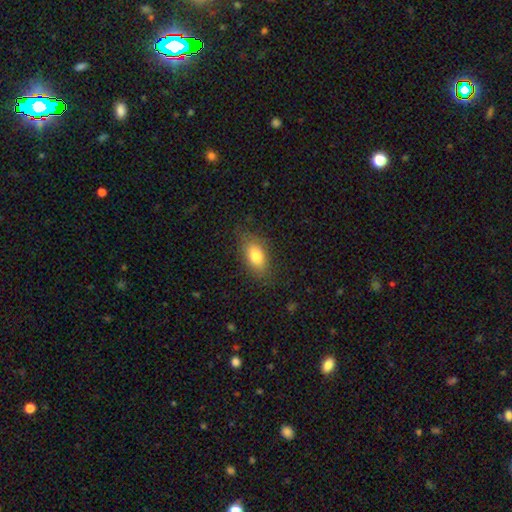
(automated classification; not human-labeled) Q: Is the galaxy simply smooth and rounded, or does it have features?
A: smooth — 80%.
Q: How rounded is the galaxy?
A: in between — 87%.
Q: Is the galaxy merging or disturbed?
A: none — 78%.